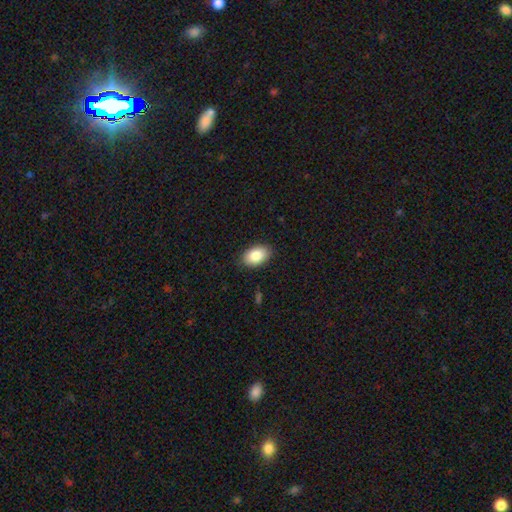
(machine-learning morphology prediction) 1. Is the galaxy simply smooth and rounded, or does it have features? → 86% smooth, 7% featured or disk, 7% star or artifact.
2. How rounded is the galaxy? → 92% in between, 7% round, 1% cigar-shaped.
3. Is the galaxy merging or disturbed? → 87% none, 10% minor disturbance, 2% major disturbance, 1% merger.